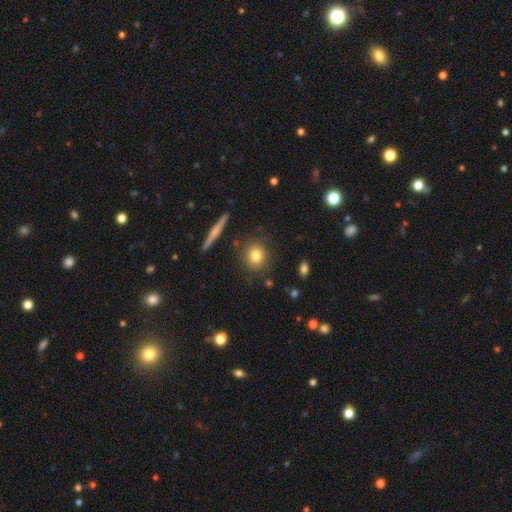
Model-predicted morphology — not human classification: The model was most divided on "smooth or featured": smooth: 79%, featured or disk: 12%, star or artifact: 9%. More confident: merging — none (83%); how rounded — round (83%).